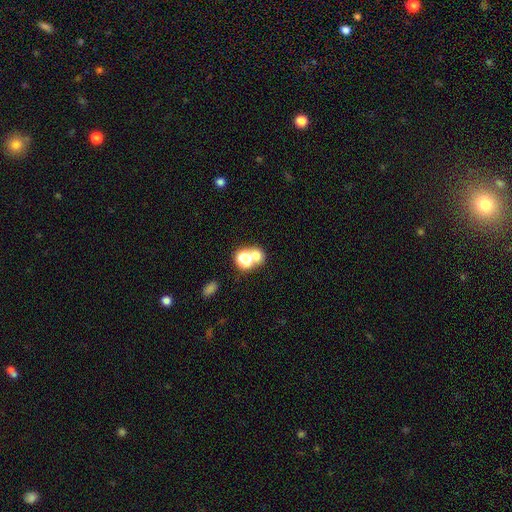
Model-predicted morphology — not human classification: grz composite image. It shows a smooth galaxy with no disk features (65%) that is round (70%). Merging: none (45%).